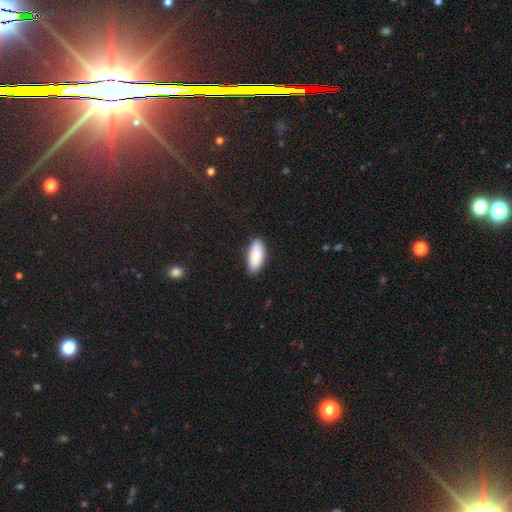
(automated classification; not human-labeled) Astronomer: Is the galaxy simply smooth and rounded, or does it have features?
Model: smooth — 88%.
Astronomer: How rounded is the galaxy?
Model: in between — 86%.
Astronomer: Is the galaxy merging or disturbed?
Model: none — 83%.